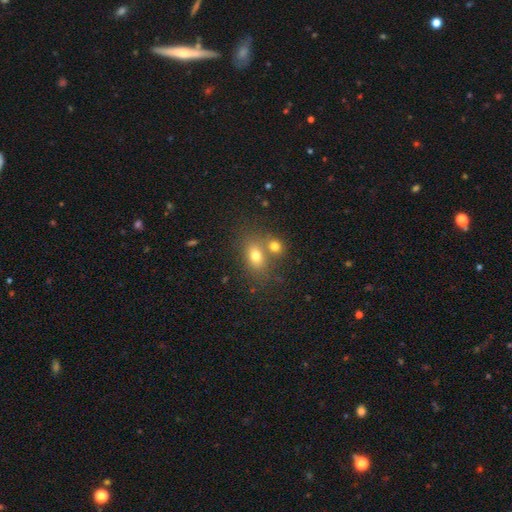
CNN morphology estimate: Q: Smooth or featured?
A: smooth (73%); runner-up: featured or disk (14%)
Q: How rounded?
A: in between (72%); runner-up: round (25%)
Q: Merging?
A: none (50%); runner-up: merger (36%)